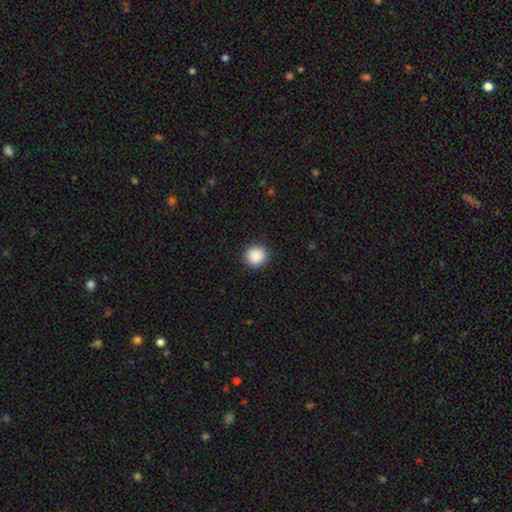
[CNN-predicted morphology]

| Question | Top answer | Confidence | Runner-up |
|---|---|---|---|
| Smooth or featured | smooth | 90% | star or artifact (8%) |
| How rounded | round | 93% | in between (6%) |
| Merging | none | 91% | minor disturbance (6%) |